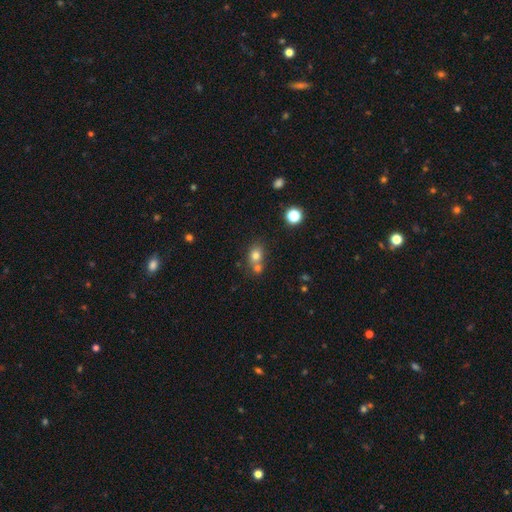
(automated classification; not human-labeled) This is likely a smooth galaxy (75%). How rounded: possibly round (56%). Merging: possibly none (47%).